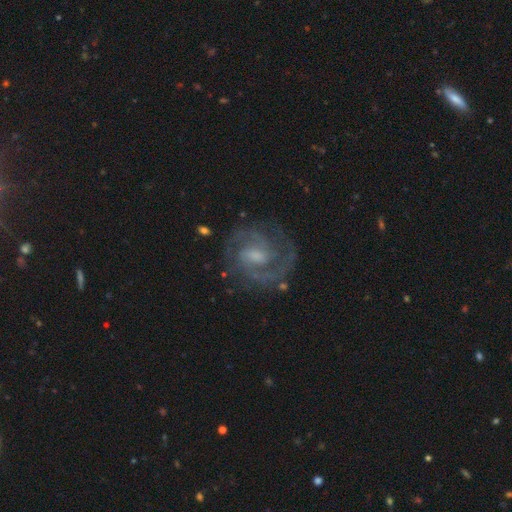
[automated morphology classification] Smooth or featured: featured or disk — 88% (smooth — 7%)
Edge-on disk: no — 98% (yes — 2%)
Bar: weak — 56% (no — 25%)
Spiral arms: yes — 97% (no — 3%)
Spiral winding: tight — 47% (medium — 45%)
Spiral arm count: 2 — 69% (3 — 12%)
Bulge size: moderate — 40% (small — 37%)
Merging: none — 76% (minor disturbance — 15%)